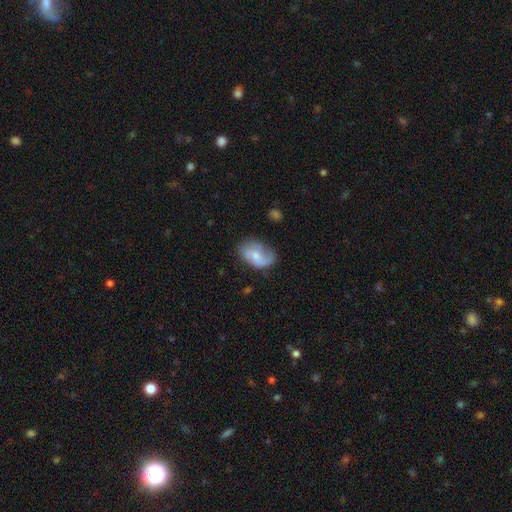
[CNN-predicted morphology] featured or disk 49%, smooth 44%, star or artifact 7%. Down the decision tree: merging — none (57%).